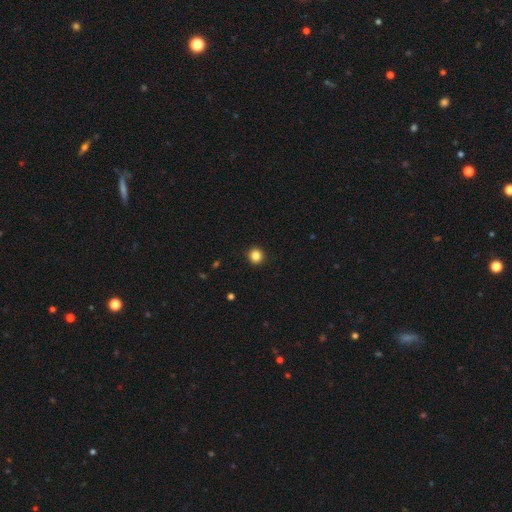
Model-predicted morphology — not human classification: Overall: smooth (85%). How rounded: round (93%). Merging: none (93%).